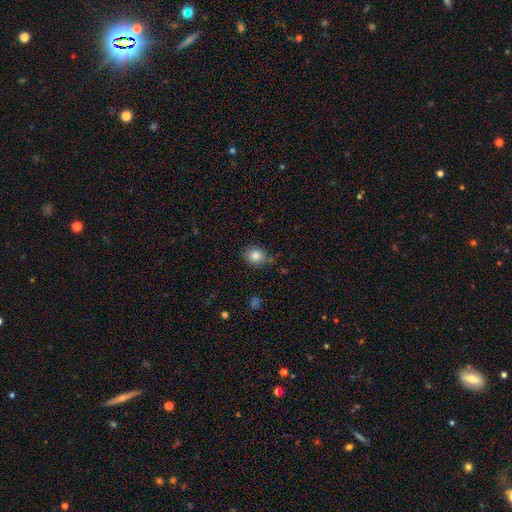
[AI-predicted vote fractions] smooth_or_featured: smooth (p=0.83) [alt: star or artifact p=0.10]
how_rounded: round (p=0.69) [alt: in between p=0.30]
merging: none (p=0.76) [alt: minor disturbance p=0.17]